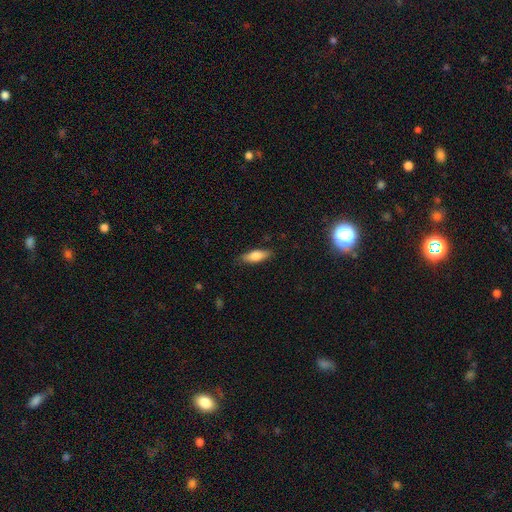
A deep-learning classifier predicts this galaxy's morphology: Overall: smooth (75%). How rounded: in between (60%; cigar-shaped 38%). Merging: none (85%).